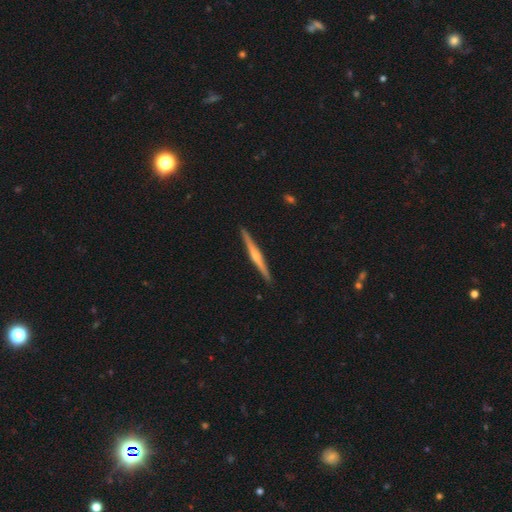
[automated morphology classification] featured or disk 71%, smooth 24%, star or artifact 5%. Down the decision tree: edge-on disk — yes (98%); edge-on bulge — rounded (69%); merging — none (92%).